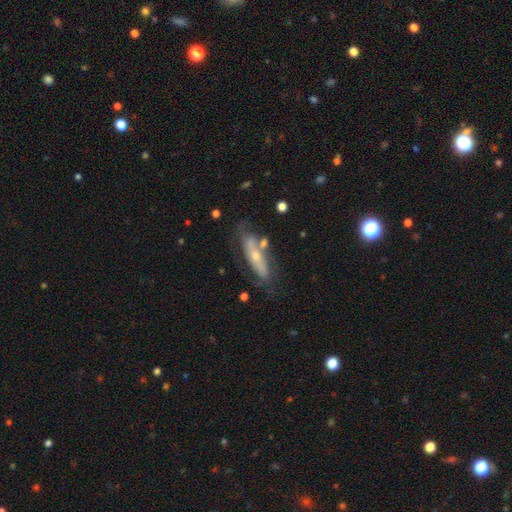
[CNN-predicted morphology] smooth_or_featured: featured or disk (p=0.58) [alt: smooth p=0.35]
disk_edge_on: no (p=0.60) [alt: yes p=0.40]
merging: none (p=0.59) [alt: minor disturbance p=0.21]